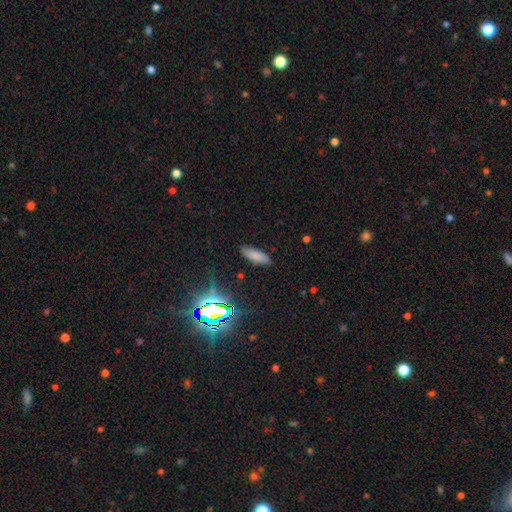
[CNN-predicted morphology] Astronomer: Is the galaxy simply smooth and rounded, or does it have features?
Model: smooth — 77%.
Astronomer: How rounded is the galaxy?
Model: in between — 61% (runner-up: cigar-shaped, 37%).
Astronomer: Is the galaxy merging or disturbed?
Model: none — 85%.